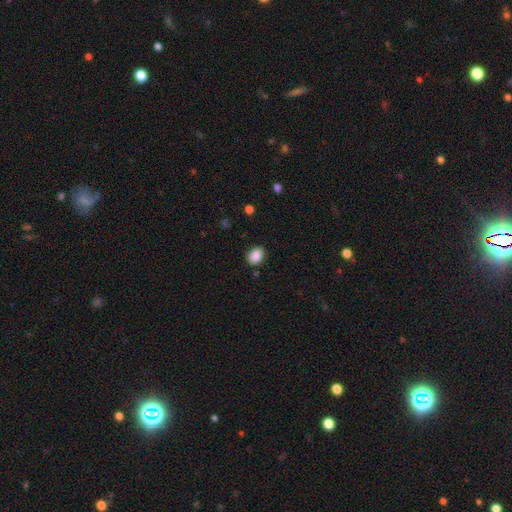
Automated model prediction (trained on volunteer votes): This appears to be a smooth galaxy with no disk features (87%) that is in between round and cigar-shaped (55%). Merging: none (84%).